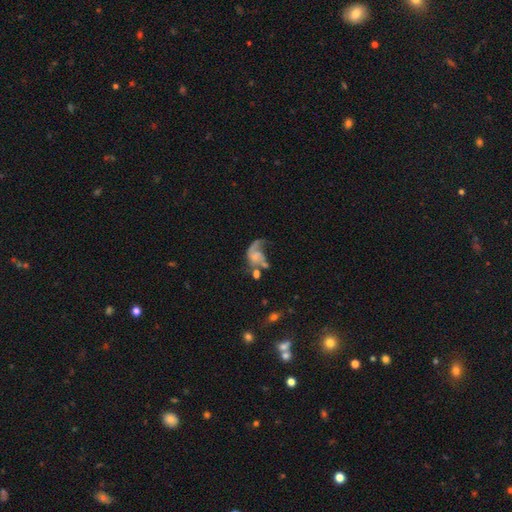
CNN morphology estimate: The model was most divided on "bulge size": small: 44%, none: 34%, moderate: 17%, large: 3%, dominant: 2%. Remaining: edge-on disk — no (98%); spiral arms — yes (78%); bar — no (73%); smooth or featured — featured or disk (65%); merging — major disturbance (40%).